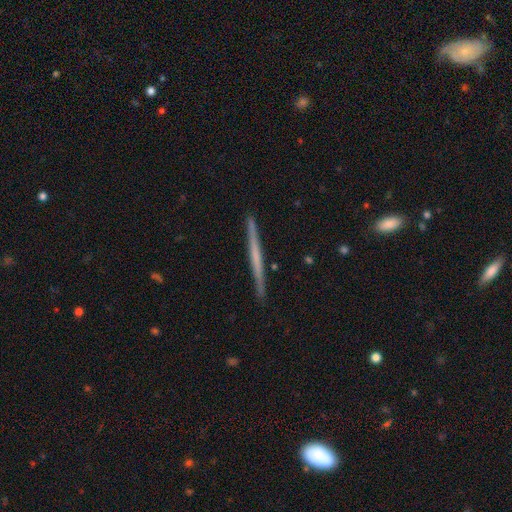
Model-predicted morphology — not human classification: Smooth or featured? Predicted: featured or disk (p=0.57). Edge-on disk? Predicted: yes (p=0.98). Edge-on bulge? Predicted: none (p=0.83). Merging? Predicted: none (p=0.92).